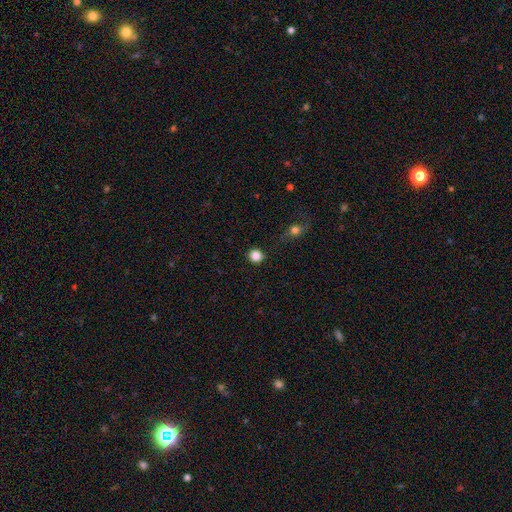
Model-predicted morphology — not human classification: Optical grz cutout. It shows a smooth galaxy with no disk features (86%) that is round (93%). Merging: none (90%).